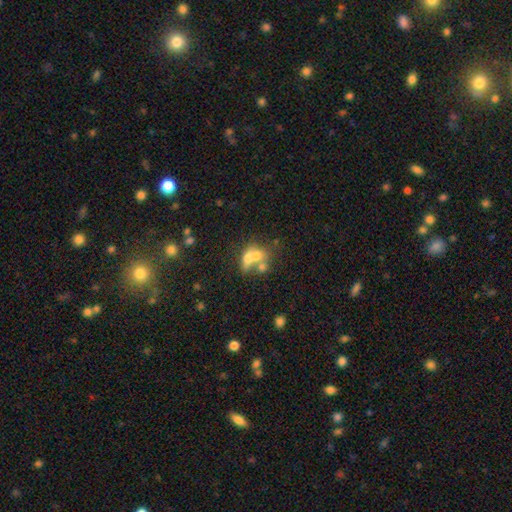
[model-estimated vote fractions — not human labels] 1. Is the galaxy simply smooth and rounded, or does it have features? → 53% smooth, 30% featured or disk, 17% star or artifact.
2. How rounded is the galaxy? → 57% in between, 38% round, 5% cigar-shaped.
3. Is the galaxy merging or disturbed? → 56% merger, 27% none, 9% minor disturbance, 8% major disturbance.